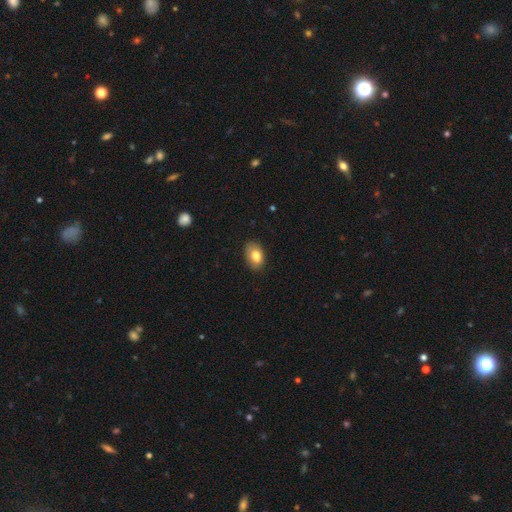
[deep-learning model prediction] Q: Smooth or featured?
A: smooth (80%); runner-up: featured or disk (12%)
Q: How rounded?
A: in between (85%); runner-up: round (13%)
Q: Merging?
A: none (84%); runner-up: minor disturbance (12%)